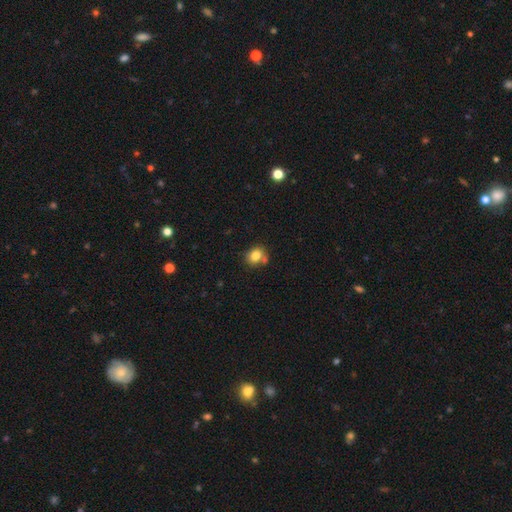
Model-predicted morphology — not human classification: Smooth or featured? smooth (80%)
How rounded? round (63%)
Merging? none (61%)